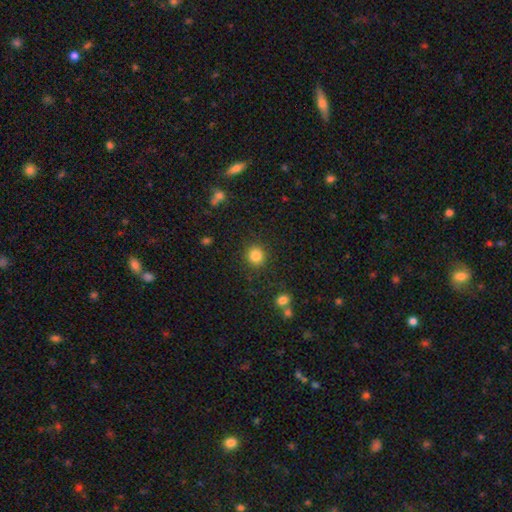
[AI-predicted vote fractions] The model was most divided on "smooth or featured": smooth: 84%, star or artifact: 11%, featured or disk: 5%. More confident: merging — none (88%); how rounded — round (88%).